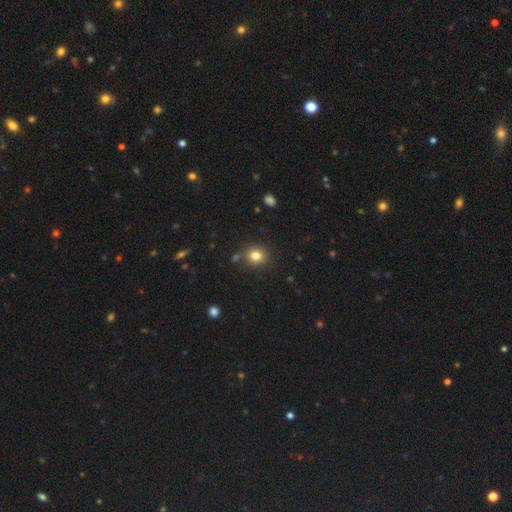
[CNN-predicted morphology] Q: Smooth or featured?
A: smooth (81%); runner-up: star or artifact (12%)
Q: How rounded?
A: round (79%); runner-up: in between (20%)
Q: Merging?
A: none (83%); runner-up: minor disturbance (9%)